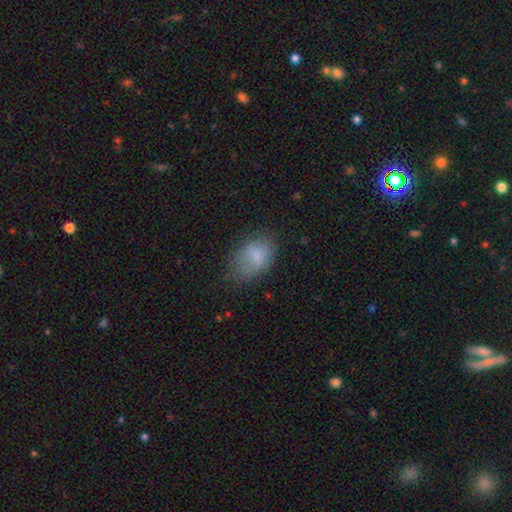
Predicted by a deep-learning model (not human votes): Smooth or featured: smooth — 77% (featured or disk — 14%)
How rounded: in between — 82% (round — 17%)
Merging: none — 51% (minor disturbance — 30%)